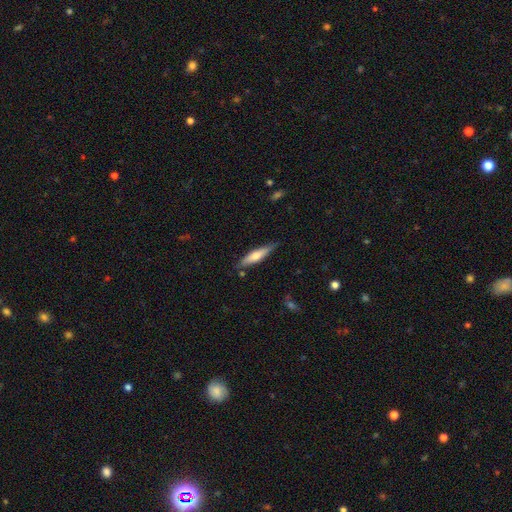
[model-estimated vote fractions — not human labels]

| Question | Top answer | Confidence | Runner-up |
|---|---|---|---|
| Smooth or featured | smooth | 58% | featured or disk (36%) |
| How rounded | cigar-shaped | 77% | in between (22%) |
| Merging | none | 78% | minor disturbance (17%) |